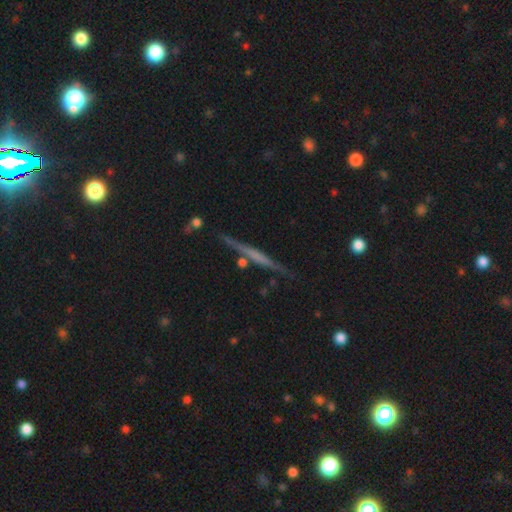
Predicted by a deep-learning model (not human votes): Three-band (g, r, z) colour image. It shows a featured or disk galaxy (63%) viewed edge-on (97%) with no central bulge (73%). Merging: none (85%).